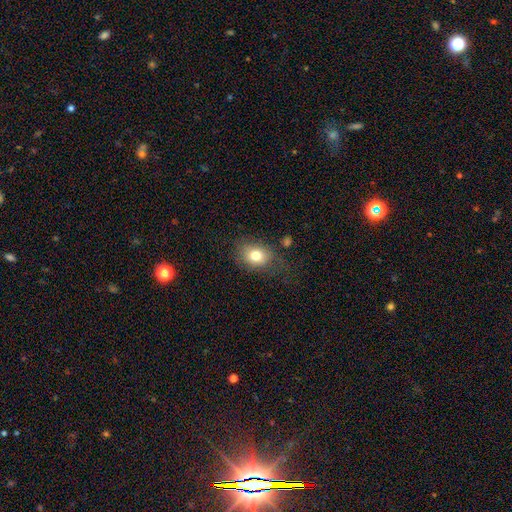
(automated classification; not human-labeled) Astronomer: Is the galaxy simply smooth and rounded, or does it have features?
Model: smooth — 78%.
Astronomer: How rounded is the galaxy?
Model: in between — 58% (runner-up: round, 41%).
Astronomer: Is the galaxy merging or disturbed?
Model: none — 64%.